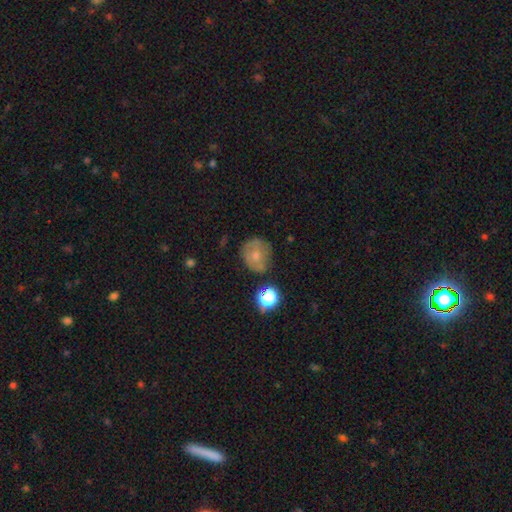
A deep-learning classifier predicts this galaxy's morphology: smooth-or-featured: smooth: 58% | featured or disk: 29% | star or artifact: 13%
  how-rounded: round: 80% | in between: 19% | cigar-shaped: 1%
  merging: none: 66% | minor disturbance: 22% | major disturbance: 7% | merger: 5%